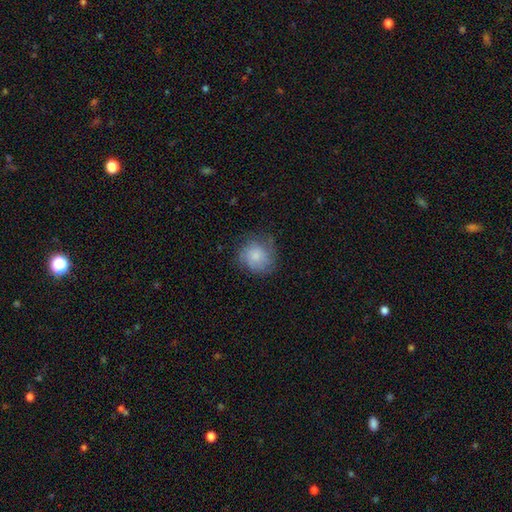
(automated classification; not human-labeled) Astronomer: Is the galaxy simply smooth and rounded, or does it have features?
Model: smooth — 68%.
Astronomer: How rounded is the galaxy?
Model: round — 83%.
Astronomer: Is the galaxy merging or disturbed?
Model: none — 62%.